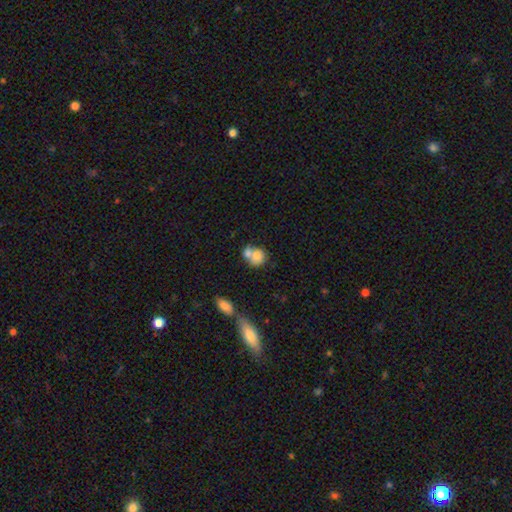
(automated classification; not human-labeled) smooth-or-featured: smooth: 75% | featured or disk: 17% | star or artifact: 9%
  how-rounded: round: 67% | in between: 31% | cigar-shaped: 1%
  merging: merger: 58% | none: 29% | minor disturbance: 9% | major disturbance: 4%